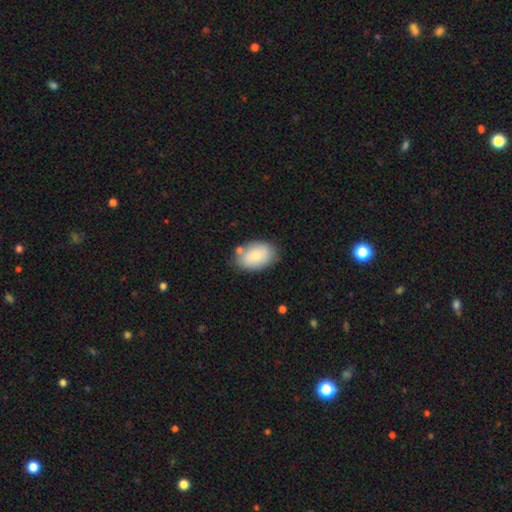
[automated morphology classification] This appears to be a smooth galaxy with no disk features (81%) that is in between round and cigar-shaped (90%). Merging: none (73%).